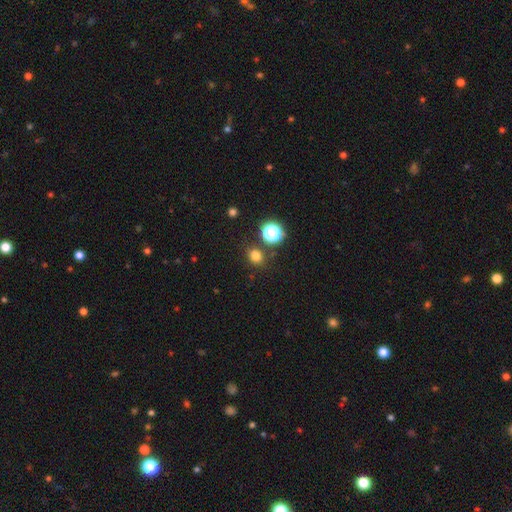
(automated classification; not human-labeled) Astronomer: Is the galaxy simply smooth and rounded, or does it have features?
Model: smooth — 75%.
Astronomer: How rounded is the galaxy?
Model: round — 77%.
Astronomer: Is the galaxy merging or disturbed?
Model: none — 82%.